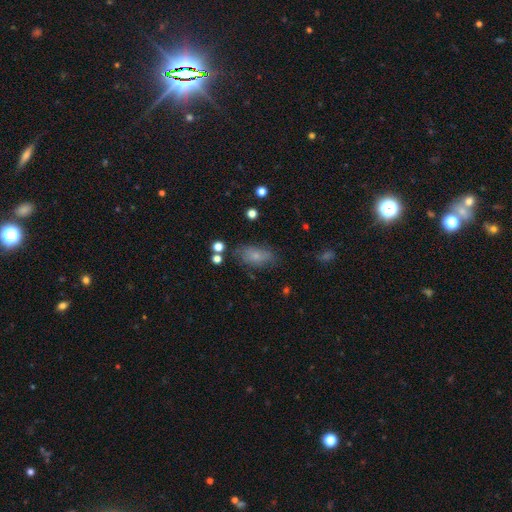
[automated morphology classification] Smooth or featured? smooth (71%)
How rounded? in between (87%)
Merging? none (67%)